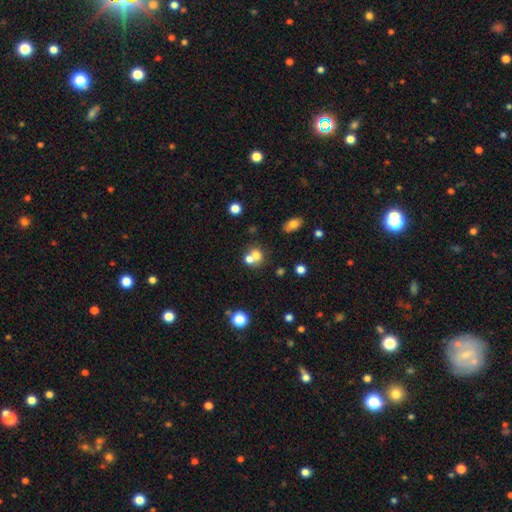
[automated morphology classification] A smooth galaxy with no disk features (69%) that is round (76%).

Vote fractions:
- Smooth or featured? smooth: 69% / featured or disk: 16% / star or artifact: 15%
- How rounded? round: 76% / in between: 23% / cigar-shaped: 1%
- Merging? merger: 54% / none: 36% / minor disturbance: 7% / major disturbance: 4%